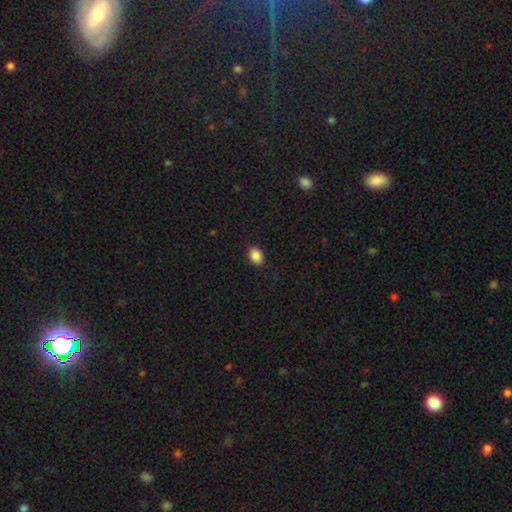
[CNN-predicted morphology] Smooth or featured? Predicted: smooth (p=0.88). How rounded? Predicted: in between (p=0.57). Merging? Predicted: none (p=0.88).